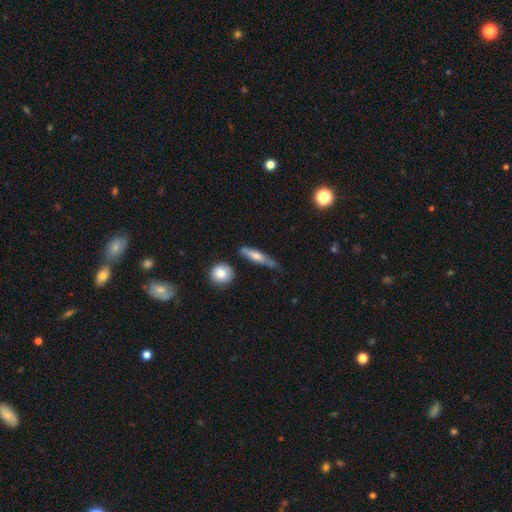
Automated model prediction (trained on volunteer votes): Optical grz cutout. It shows a smooth galaxy with no disk features (56%) that is cigar-shaped (75%). Merging: none (56%).